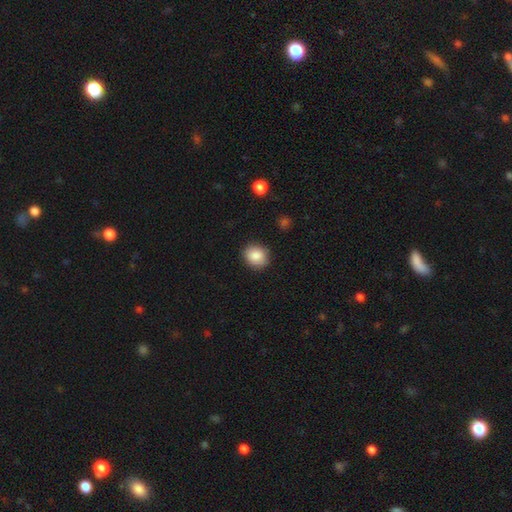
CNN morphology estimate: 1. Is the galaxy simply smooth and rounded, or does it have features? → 86% smooth, 8% star or artifact, 6% featured or disk.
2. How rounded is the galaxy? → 70% round, 29% in between, 1% cigar-shaped.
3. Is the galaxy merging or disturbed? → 87% none, 10% minor disturbance, 2% major disturbance, 1% merger.